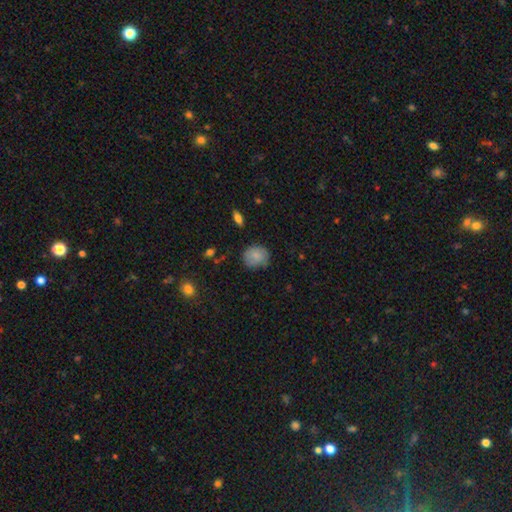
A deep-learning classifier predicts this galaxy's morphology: Smooth or featured? Predicted: smooth (p=0.82). How rounded? Predicted: round (p=0.66). Merging? Predicted: none (p=0.69).